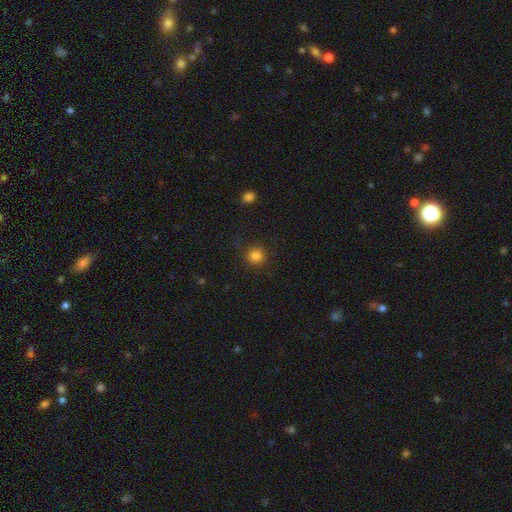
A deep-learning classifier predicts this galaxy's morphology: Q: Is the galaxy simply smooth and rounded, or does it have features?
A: smooth — 84%.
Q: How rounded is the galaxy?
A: round — 93%.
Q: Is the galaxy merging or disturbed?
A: none — 87%.